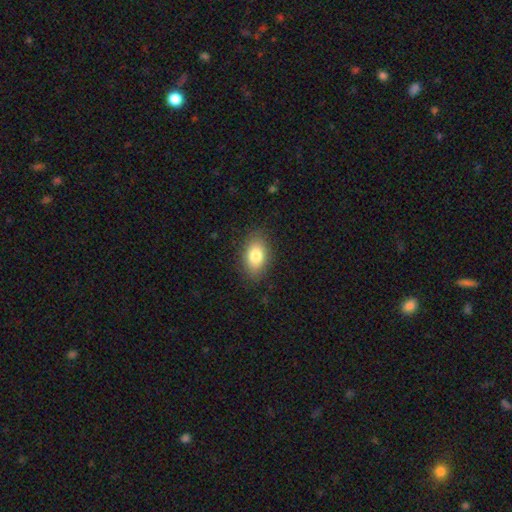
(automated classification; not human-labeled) A smooth galaxy with no disk features (81%) that is in between round and cigar-shaped (89%).

Vote fractions:
- Smooth or featured? smooth: 81% / featured or disk: 12% / star or artifact: 8%
- How rounded? in between: 89% / round: 9% / cigar-shaped: 2%
- Merging? none: 85% / minor disturbance: 11% / major disturbance: 3% / merger: 1%